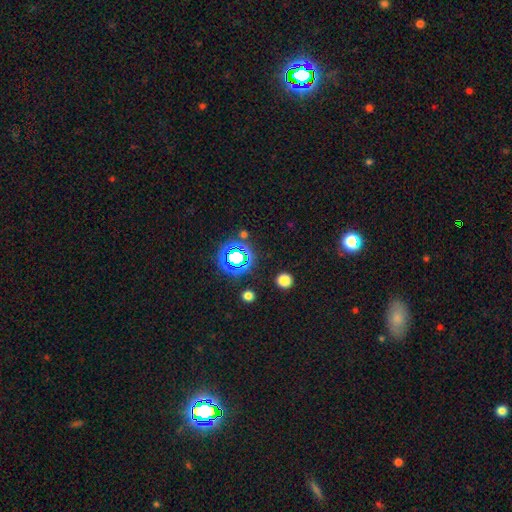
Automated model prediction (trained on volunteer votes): This appears to be a star or artifact, not a galaxy (73%).